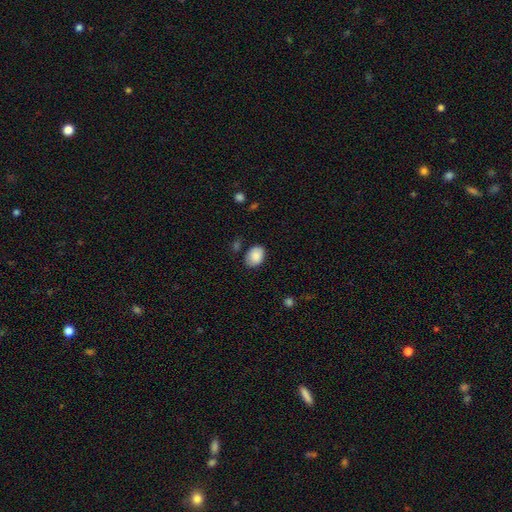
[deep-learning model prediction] Smooth or featured? smooth (88%)
How rounded? in between (74%)
Merging? none (76%)